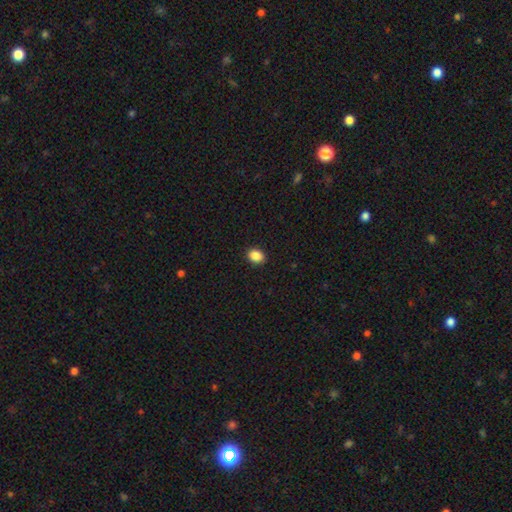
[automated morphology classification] smooth-or-featured: smooth: 88% | star or artifact: 9% | featured or disk: 3%
  how-rounded: in between: 60% | round: 39% | cigar-shaped: 1%
  merging: none: 91% | minor disturbance: 6% | major disturbance: 2% | merger: 1%